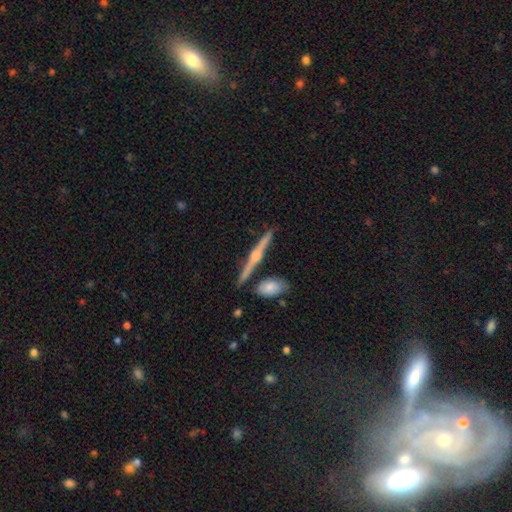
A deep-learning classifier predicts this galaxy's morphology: A featured or disk galaxy (76%) viewed edge-on (98%) with a rounded central bulge (88%). Merging: none (83%).